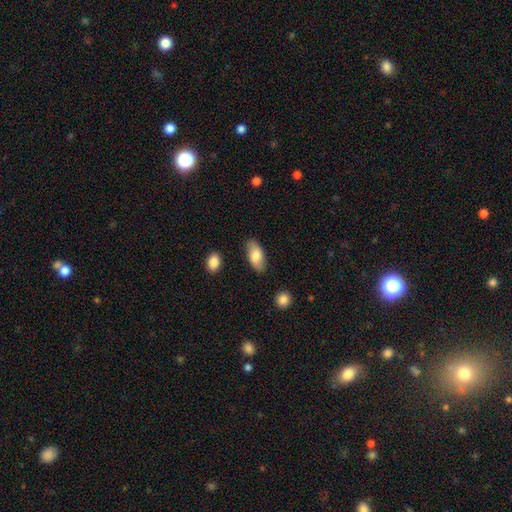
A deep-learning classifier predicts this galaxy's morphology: Q: Smooth or featured?
A: smooth (80%); runner-up: featured or disk (14%)
Q: How rounded?
A: in between (91%); runner-up: cigar-shaped (6%)
Q: Merging?
A: none (85%); runner-up: minor disturbance (11%)